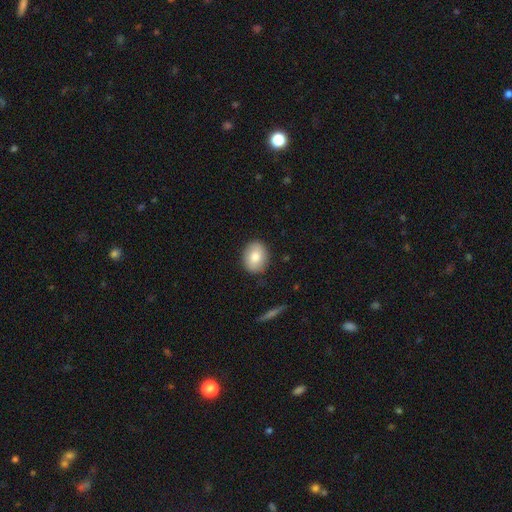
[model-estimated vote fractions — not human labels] Smooth or featured? Predicted: smooth (p=0.80). How rounded? Predicted: in between (p=0.50). Merging? Predicted: none (p=0.87).